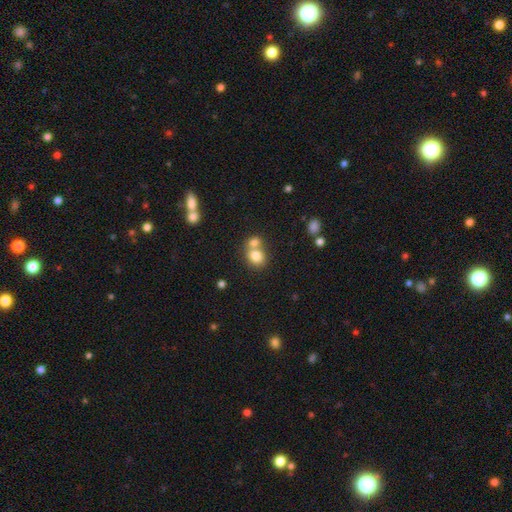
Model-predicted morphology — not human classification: smooth_or_featured: smooth (p=0.79) [alt: featured or disk p=0.11]
how_rounded: round (p=0.60) [alt: in between p=0.39]
merging: merger (p=0.52) [alt: none p=0.37]